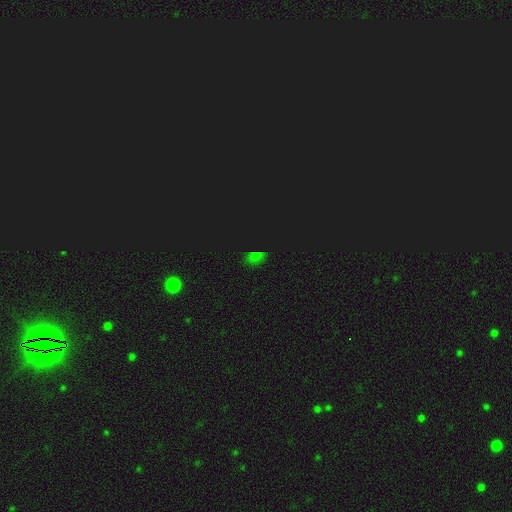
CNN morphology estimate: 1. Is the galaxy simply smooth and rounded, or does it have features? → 52% star or artifact, 41% smooth, 7% featured or disk.